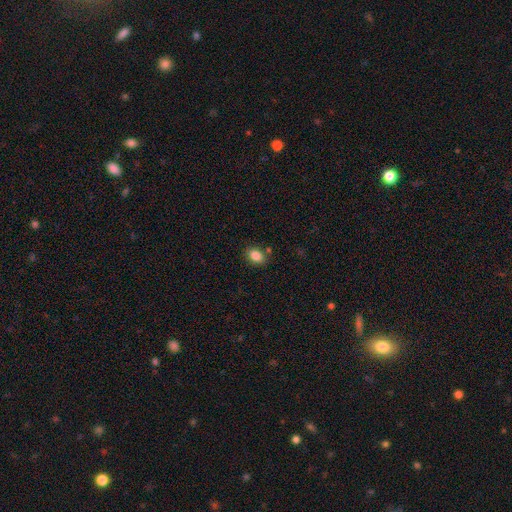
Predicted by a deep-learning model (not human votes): The model was most divided on "how rounded": in between: 76%, round: 23%, cigar-shaped: 1%. More confident: smooth or featured — smooth (84%); merging — none (83%).